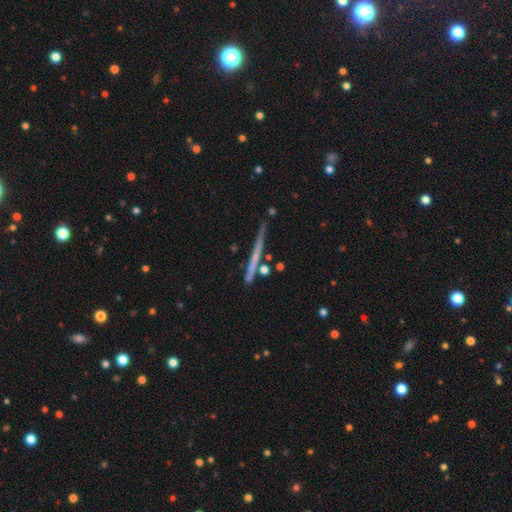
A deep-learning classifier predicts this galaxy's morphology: The model was most divided on "smooth or featured": featured or disk: 44%, star or artifact: 31%, smooth: 25%. More confident: merging — none (76%).